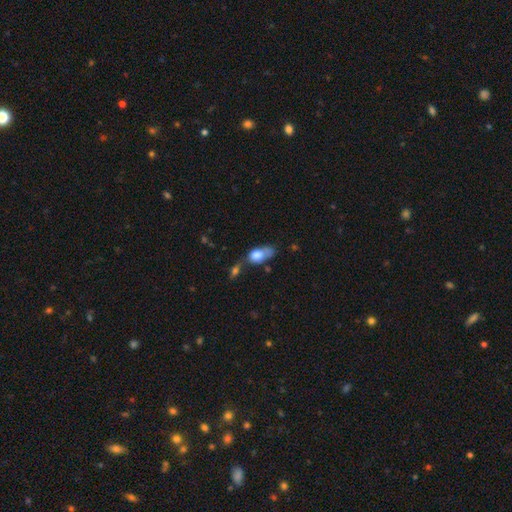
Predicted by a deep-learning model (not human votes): This appears to be a smooth galaxy with no disk features (72%) that is in between round and cigar-shaped (81%). Merging: merger (34%).